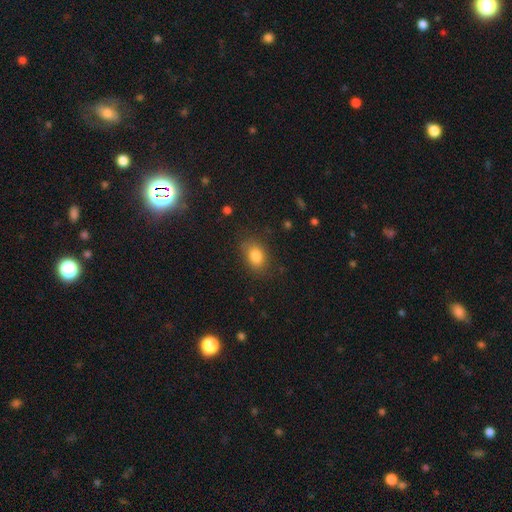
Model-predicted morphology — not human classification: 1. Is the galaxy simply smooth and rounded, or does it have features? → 82% smooth, 10% star or artifact, 8% featured or disk.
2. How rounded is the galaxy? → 72% in between, 26% round, 1% cigar-shaped.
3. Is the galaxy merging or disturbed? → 80% none, 15% minor disturbance, 4% major disturbance, 1% merger.